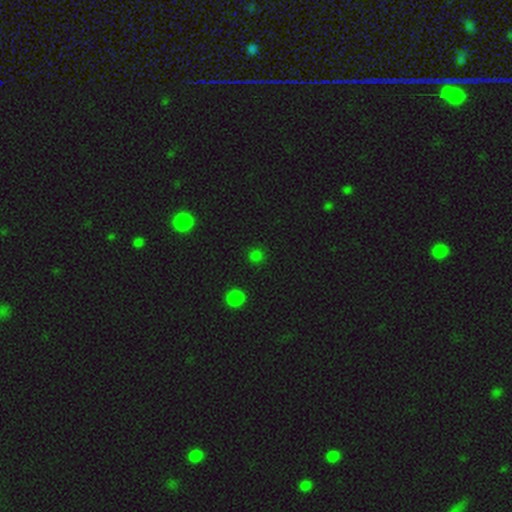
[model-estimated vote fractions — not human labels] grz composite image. It shows a smooth galaxy with no disk features (73%) that is round (90%). Merging: none (88%).